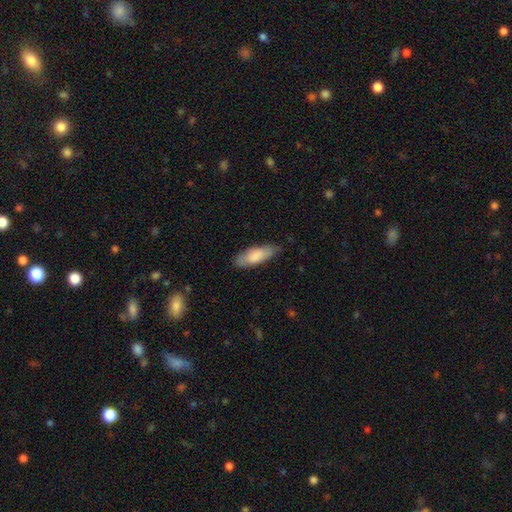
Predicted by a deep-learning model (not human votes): smooth 81%, featured or disk 13%, star or artifact 5%. Down the decision tree: how rounded — in between (66%); merging — none (72%).